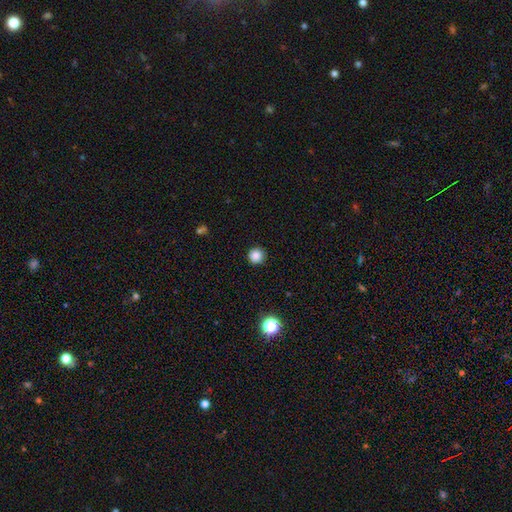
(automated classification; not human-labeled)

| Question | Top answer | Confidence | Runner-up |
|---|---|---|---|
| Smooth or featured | smooth | 85% | star or artifact (12%) |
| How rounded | round | 95% | in between (4%) |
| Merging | none | 91% | minor disturbance (6%) |